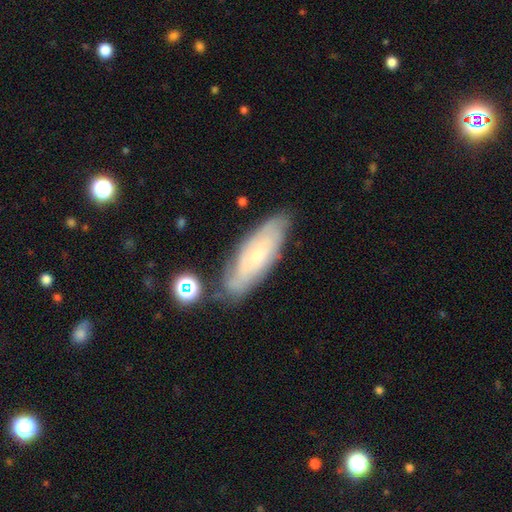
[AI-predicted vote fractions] smooth_or_featured: featured or disk (p=0.55) [alt: smooth p=0.37]
disk_edge_on: no (p=0.79) [alt: yes p=0.21]
merging: none (p=0.72) [alt: minor disturbance p=0.19]